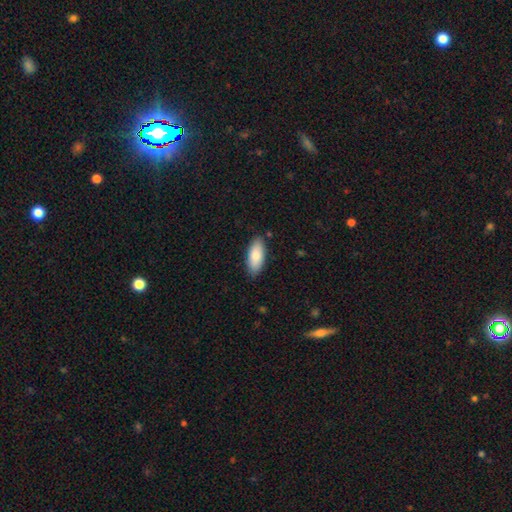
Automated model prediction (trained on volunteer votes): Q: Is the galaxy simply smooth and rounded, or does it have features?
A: smooth — 85%.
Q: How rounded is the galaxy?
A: in between — 85%.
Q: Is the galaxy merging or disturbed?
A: none — 84%.